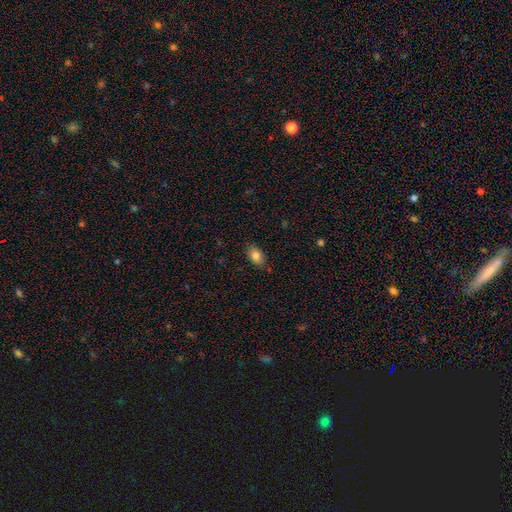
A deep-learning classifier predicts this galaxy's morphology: Smooth or featured: smooth — 84% (star or artifact — 8%)
How rounded: in between — 88% (round — 11%)
Merging: none — 84% (minor disturbance — 12%)